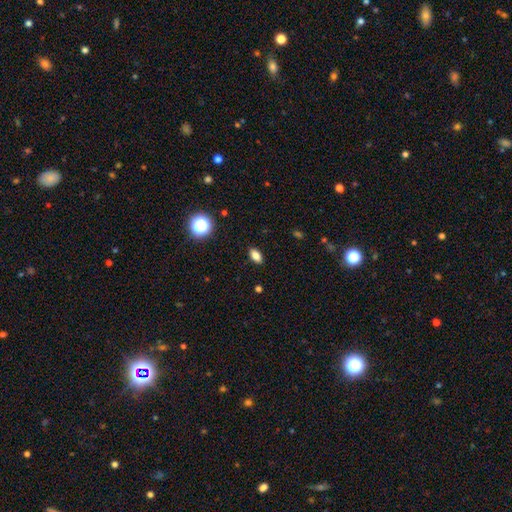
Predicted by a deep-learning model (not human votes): Smooth or featured?
  - smooth: 81% *
  - star or artifact: 12%
  - featured or disk: 7%
How rounded?
  - in between: 86% *
  - round: 8%
  - cigar-shaped: 6%
Merging?
  - none: 89% *
  - minor disturbance: 8%
  - major disturbance: 2%
  - merger: 1%